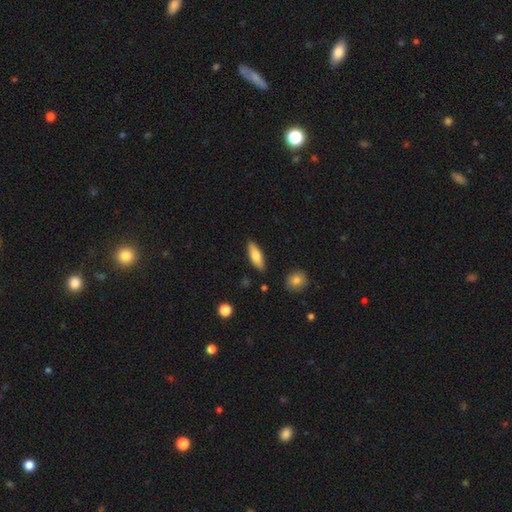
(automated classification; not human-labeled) Smooth or featured?
  - smooth: 72% *
  - featured or disk: 22%
  - star or artifact: 6%
How rounded?
  - in between: 57% *
  - cigar-shaped: 40%
  - round: 2%
Merging?
  - none: 86% *
  - minor disturbance: 10%
  - major disturbance: 2%
  - merger: 2%